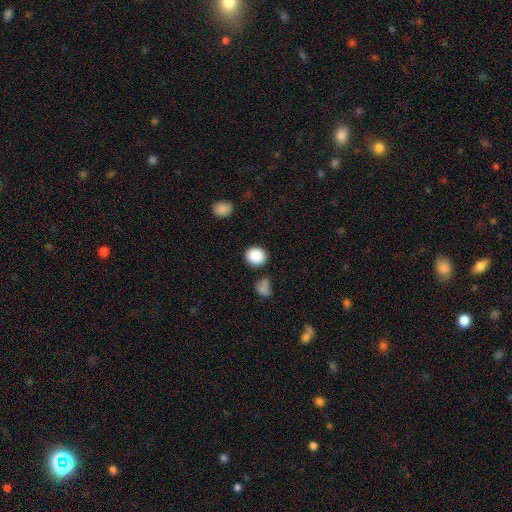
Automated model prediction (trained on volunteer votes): Q: Smooth or featured?
A: smooth (88%); runner-up: star or artifact (9%)
Q: How rounded?
A: round (81%); runner-up: in between (18%)
Q: Merging?
A: none (83%); runner-up: minor disturbance (9%)